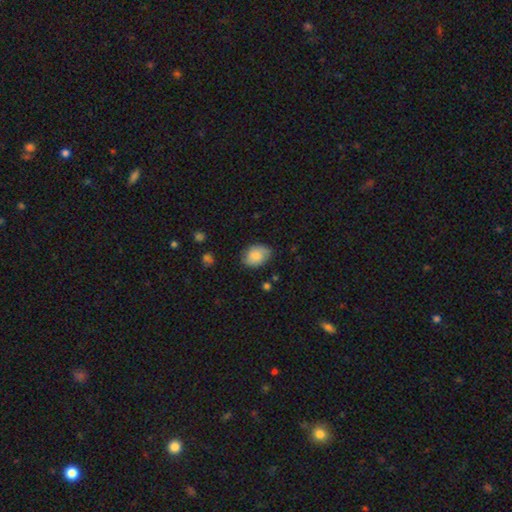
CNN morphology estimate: smooth-or-featured: smooth: 78% | featured or disk: 15% | star or artifact: 7%
  how-rounded: in between: 76% | round: 23% | cigar-shaped: 1%
  merging: none: 76% | minor disturbance: 19% | major disturbance: 4% | merger: 1%